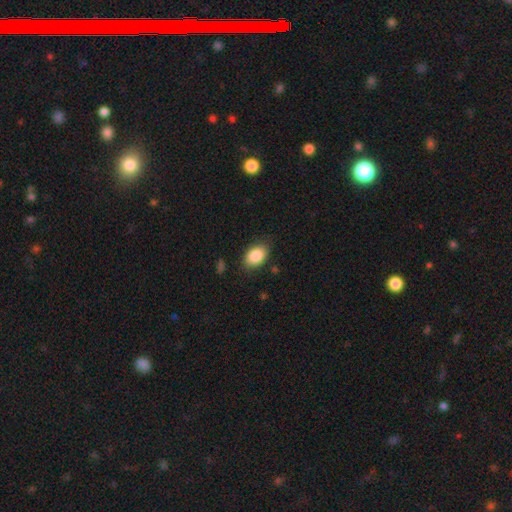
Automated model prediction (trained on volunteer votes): Smooth or featured? Predicted: smooth (p=0.87). How rounded? Predicted: in between (p=0.85). Merging? Predicted: none (p=0.81).